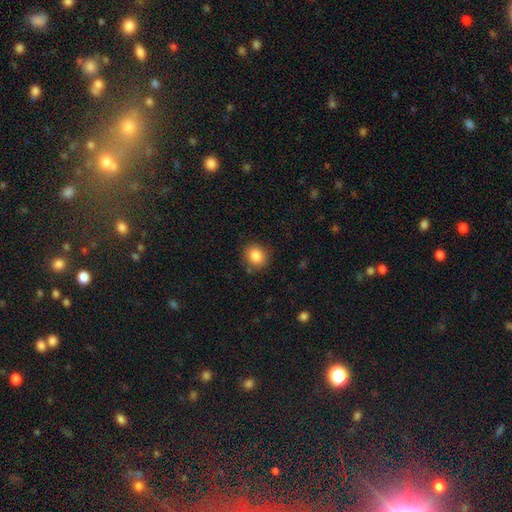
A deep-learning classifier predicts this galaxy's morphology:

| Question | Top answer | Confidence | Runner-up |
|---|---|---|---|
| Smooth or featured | smooth | 85% | star or artifact (10%) |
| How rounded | round | 82% | in between (17%) |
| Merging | none | 87% | minor disturbance (9%) |